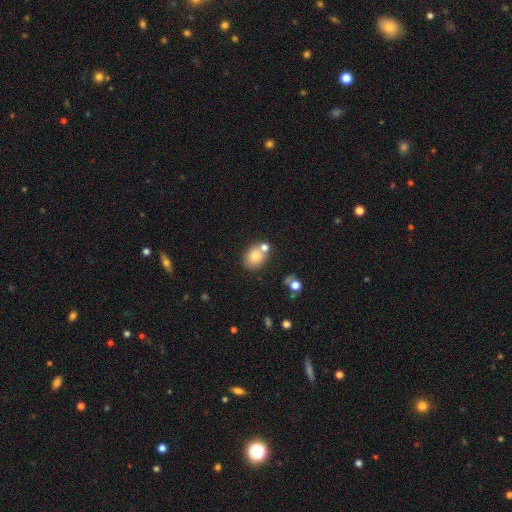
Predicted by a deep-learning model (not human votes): A smooth galaxy with no disk features (77%) that is round (50%).

Vote fractions:
- Smooth or featured? smooth: 77% / featured or disk: 13% / star or artifact: 10%
- How rounded? round: 50% / in between: 49% / cigar-shaped: 1%
- Merging? none: 59% / merger: 25% / minor disturbance: 12% / major disturbance: 4%